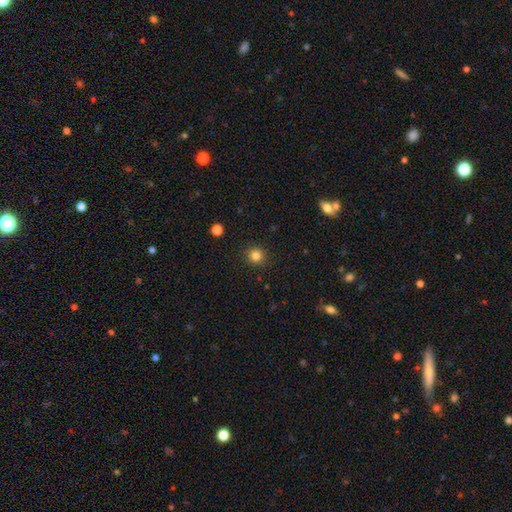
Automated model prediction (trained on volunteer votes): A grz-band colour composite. It shows a smooth galaxy with no disk features (83%) that is round (92%). Merging: none (91%).